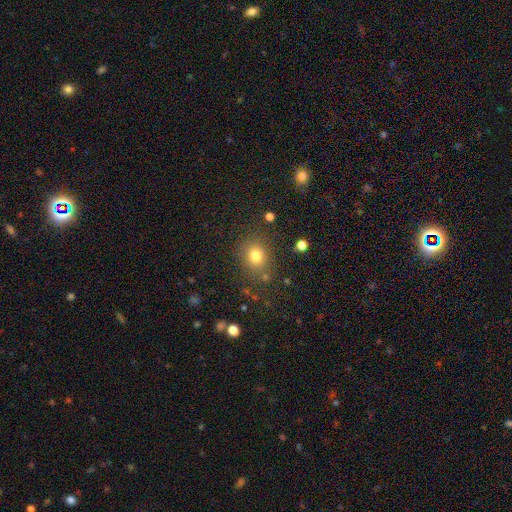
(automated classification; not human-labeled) smooth 77%, star or artifact 15%, featured or disk 8%. Down the decision tree: how rounded — round (69%); merging — none (80%).